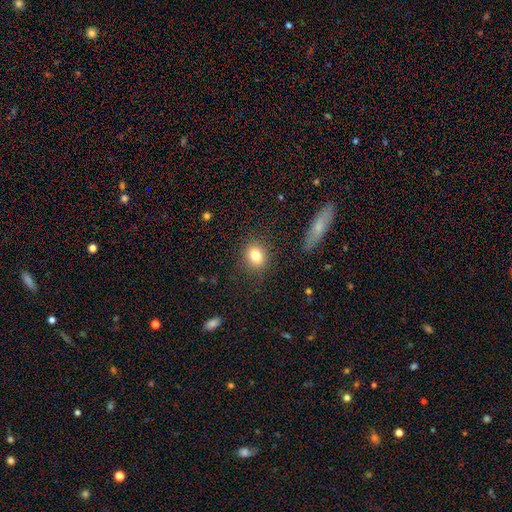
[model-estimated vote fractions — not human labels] The model was most divided on "how rounded": round: 64%, in between: 35%, cigar-shaped: 1%. More confident: merging — none (86%); smooth or featured — smooth (81%).